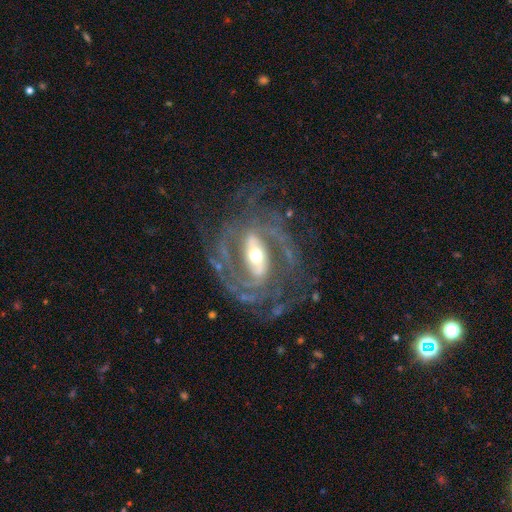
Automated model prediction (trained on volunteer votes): smooth-or-featured: featured or disk: 91% | star or artifact: 5% | smooth: 4%
  disk-edge-on: no: 96% | yes: 4%
    bar: strong: 61% | weak: 26% | no: 13%
    has-spiral-arms: yes: 97% | no: 3%
      spiral-winding: medium: 45% | tight: 39% | loose: 16%
      spiral-arm-count: 2: 63% | 3: 11% | can't tell: 10% | 4: 6% | more than 4: 5% | 1: 5%
    bulge-size: moderate: 60% | small: 24% | large: 13% | dominant: 2% | none: 1%
  merging: none: 69% | minor disturbance: 15% | major disturbance: 13% | merger: 2%